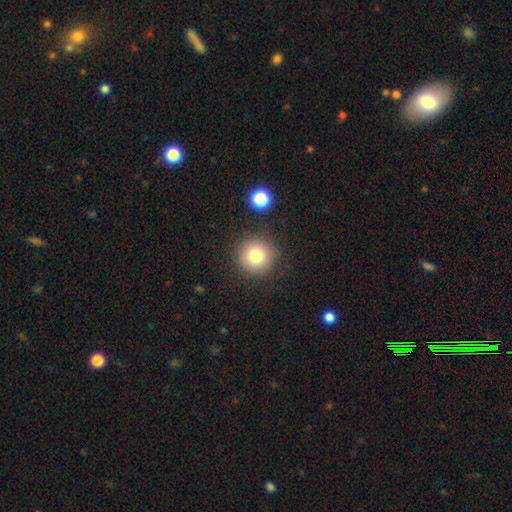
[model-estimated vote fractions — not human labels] Smooth or featured? Predicted: smooth (p=0.78). How rounded? Predicted: round (p=0.95). Merging? Predicted: none (p=0.87).